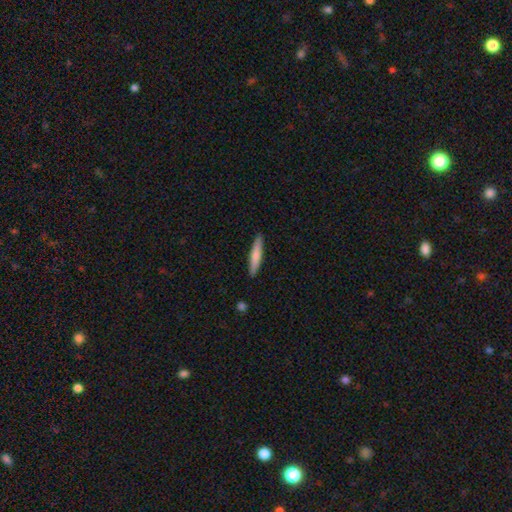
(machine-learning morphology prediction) Q: Smooth or featured?
A: smooth (72%); runner-up: featured or disk (23%)
Q: How rounded?
A: cigar-shaped (91%); runner-up: in between (8%)
Q: Merging?
A: none (91%); runner-up: minor disturbance (7%)